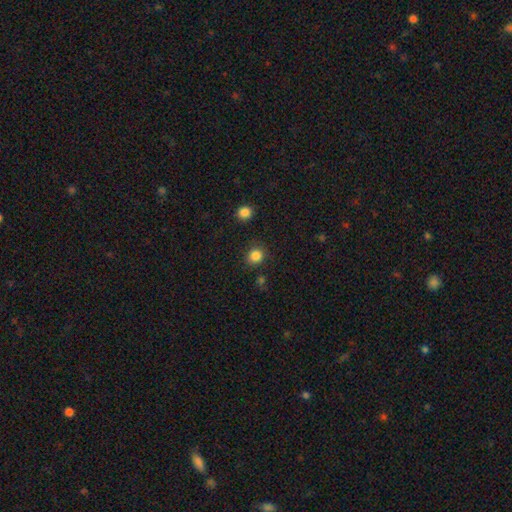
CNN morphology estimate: Overall: smooth (84%). How rounded: round (86%). Merging: none (85%).